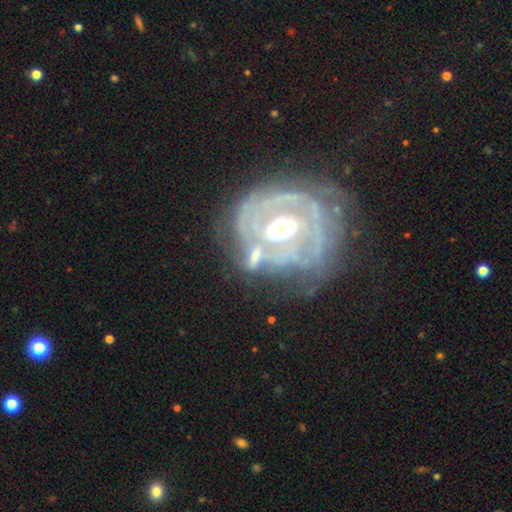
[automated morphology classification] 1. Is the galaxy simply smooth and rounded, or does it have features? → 72% featured or disk, 18% smooth, 10% star or artifact.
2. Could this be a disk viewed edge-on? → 93% no, 7% yes.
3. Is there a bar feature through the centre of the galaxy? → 41% no, 30% strong, 29% weak.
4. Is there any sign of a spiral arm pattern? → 66% yes, 34% no.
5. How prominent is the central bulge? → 56% moderate, 24% large, 11% small, 4% dominant, 4% none.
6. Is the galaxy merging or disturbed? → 41% merger, 28% none, 17% major disturbance, 14% minor disturbance.